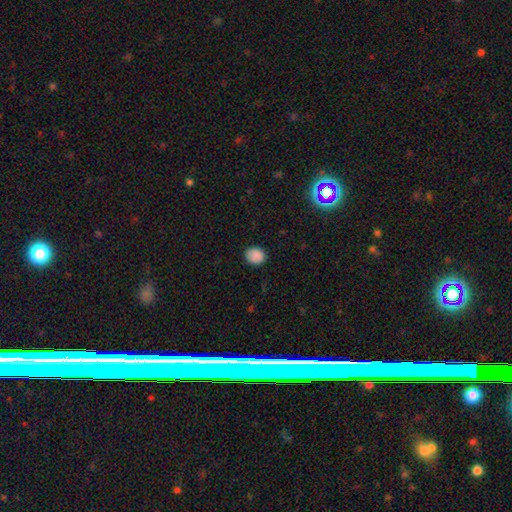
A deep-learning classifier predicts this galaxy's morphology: smooth 87%, star or artifact 10%, featured or disk 3%. Down the decision tree: how rounded — round (59%); merging — none (85%).